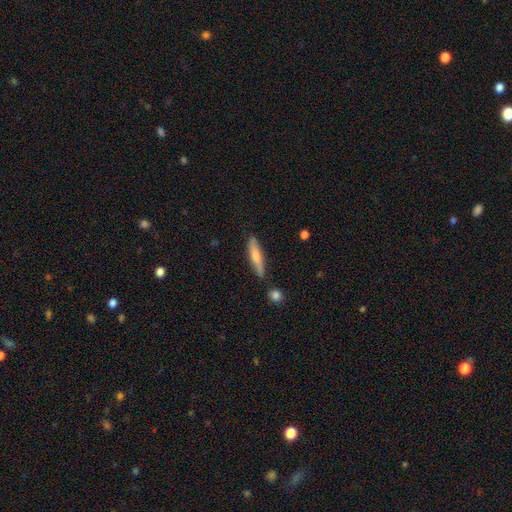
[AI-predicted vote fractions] A smooth galaxy with no disk features (50%) that is cigar-shaped (85%).

Vote fractions:
- Smooth or featured? smooth: 50% / featured or disk: 42% / star or artifact: 7%
- How rounded? cigar-shaped: 85% / in between: 13% / round: 2%
- Merging? none: 82% / minor disturbance: 12% / merger: 3% / major disturbance: 2%